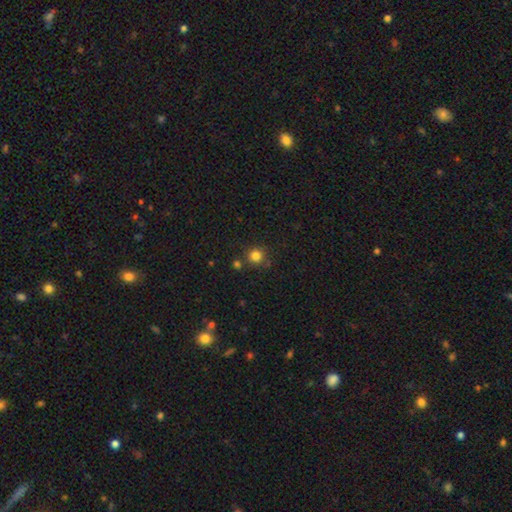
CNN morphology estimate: This is clearly a smooth galaxy (82%). How rounded: clearly round (92%). Merging: likely none (79%).